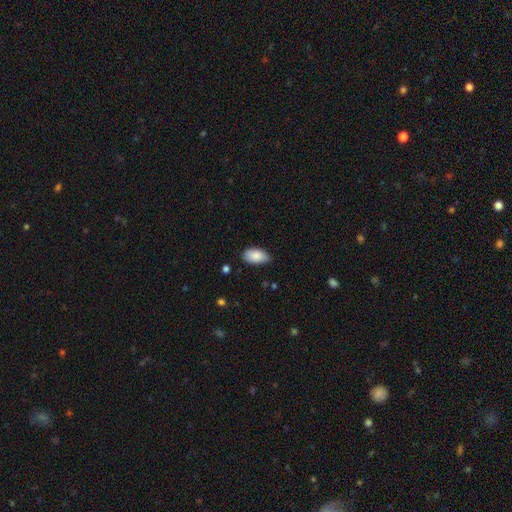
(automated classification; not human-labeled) Smooth or featured? Predicted: smooth (p=0.87). How rounded? Predicted: in between (p=0.94). Merging? Predicted: none (p=0.73).